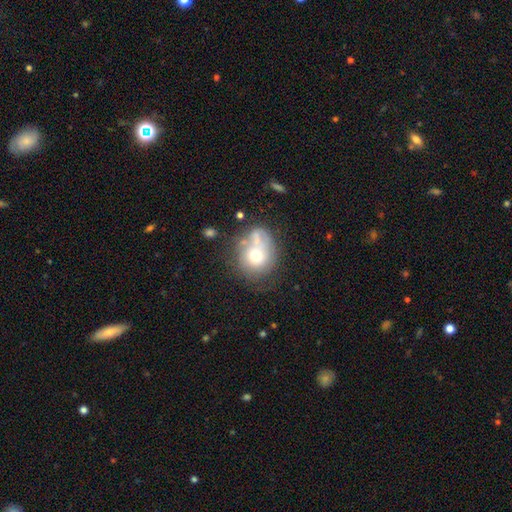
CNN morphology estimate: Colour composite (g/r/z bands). It shows a smooth galaxy with no disk features (62%) that is round (75%). Merging: none (45%).